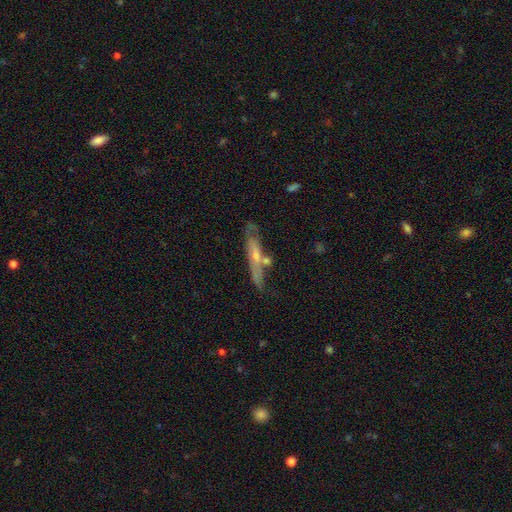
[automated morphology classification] This is possibly a featured or disk galaxy (56%). It is likely viewed edge-on (64%). Merging: possibly none (54%).